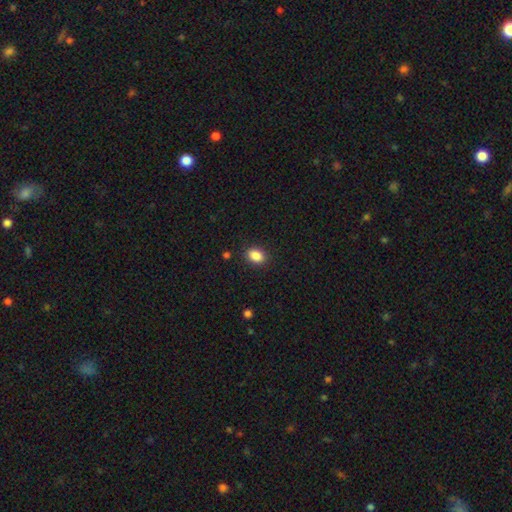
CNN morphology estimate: This appears to be a smooth galaxy with no disk features (88%) that is in between round and cigar-shaped (77%). Merging: none (88%).